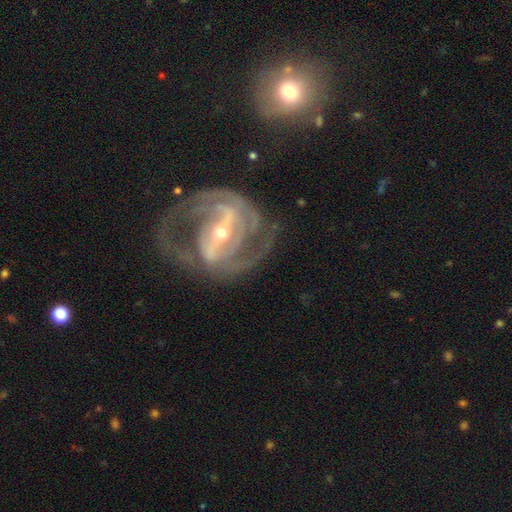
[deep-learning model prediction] smooth-or-featured: featured or disk: 88% | star or artifact: 7% | smooth: 5%
  disk-edge-on: no: 95% | yes: 5%
    bar: strong: 64% | weak: 25% | no: 10%
    has-spiral-arms: yes: 93% | no: 7%
      spiral-winding: medium: 45% | tight: 41% | loose: 13%
      spiral-arm-count: 2: 61% | can't tell: 15% | 3: 12% | 4: 4% | 1: 4% | more than 4: 4%
    bulge-size: small: 59% | moderate: 37% | large: 2% | none: 1% | dominant: 1%
  merging: none: 60% | major disturbance: 17% | minor disturbance: 16% | merger: 7%